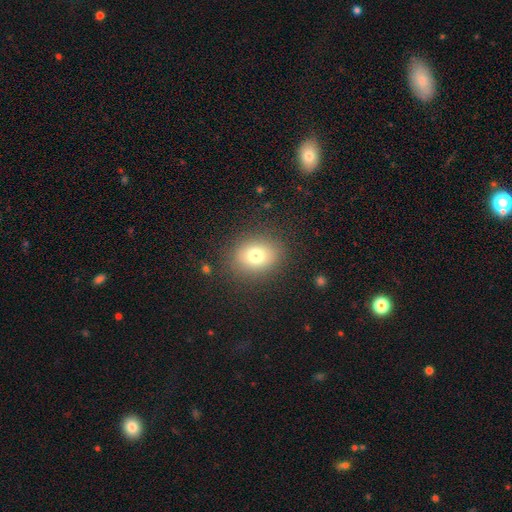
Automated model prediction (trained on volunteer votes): Smooth or featured? smooth (75%)
How rounded? round (56%)
Merging? none (85%)